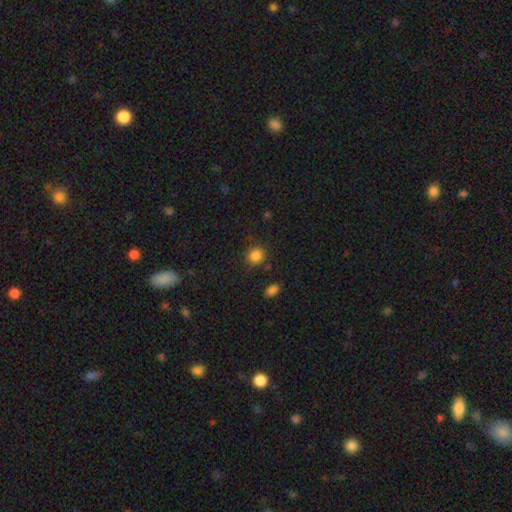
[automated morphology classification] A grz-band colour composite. It shows a smooth galaxy with no disk features (85%) that is round (84%). Merging: none (81%).